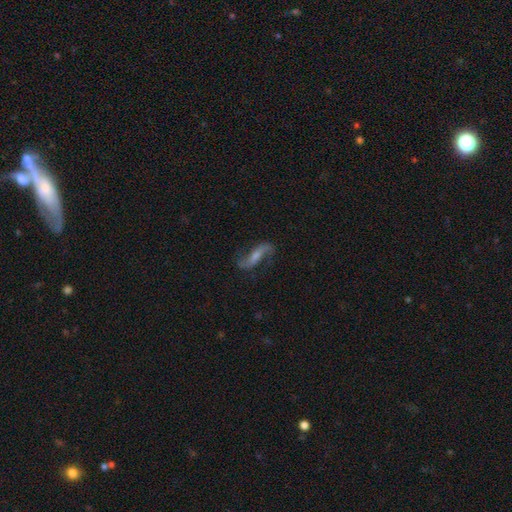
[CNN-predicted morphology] This appears to be a featured or disk galaxy (80%) with a weak bar (36%), 2 (92%) loose (79%) spiral arms (95%) and a small central bulge (43%). Merging: none (75%).